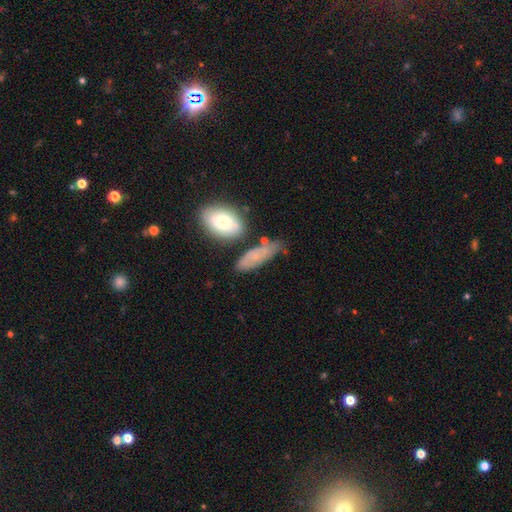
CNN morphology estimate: Smooth or featured?
  - smooth: 65% *
  - featured or disk: 26%
  - star or artifact: 10%
How rounded?
  - in between: 69% *
  - cigar-shaped: 26%
  - round: 5%
Merging?
  - none: 50% *
  - minor disturbance: 29%
  - merger: 11%
  - major disturbance: 10%